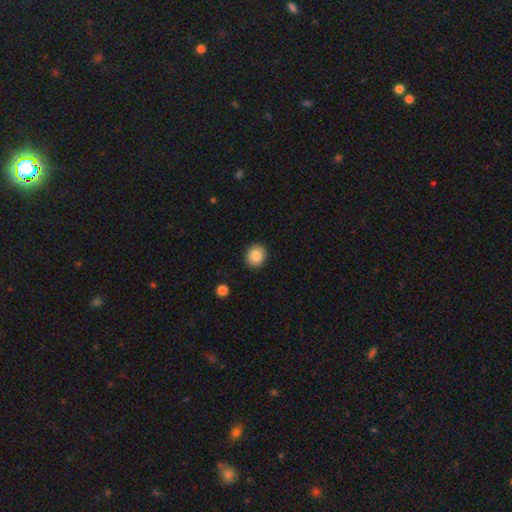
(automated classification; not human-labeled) Smooth or featured?
  - smooth: 85% *
  - star or artifact: 8%
  - featured or disk: 6%
How rounded?
  - round: 71% *
  - in between: 28%
  - cigar-shaped: 1%
Merging?
  - none: 91% *
  - minor disturbance: 6%
  - major disturbance: 2%
  - merger: 1%